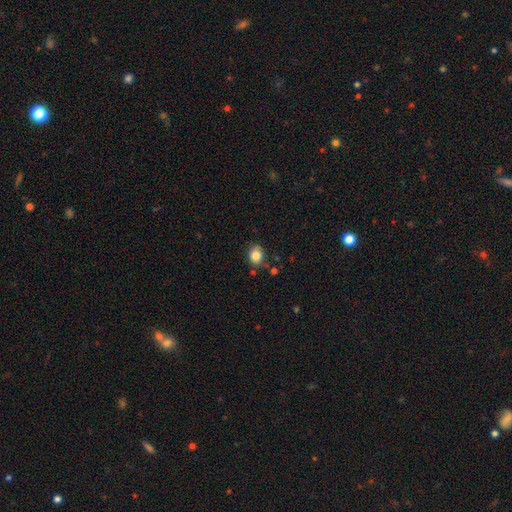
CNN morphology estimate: This is clearly a smooth galaxy (83%). How rounded: possibly round (55%). Merging: likely none (76%).